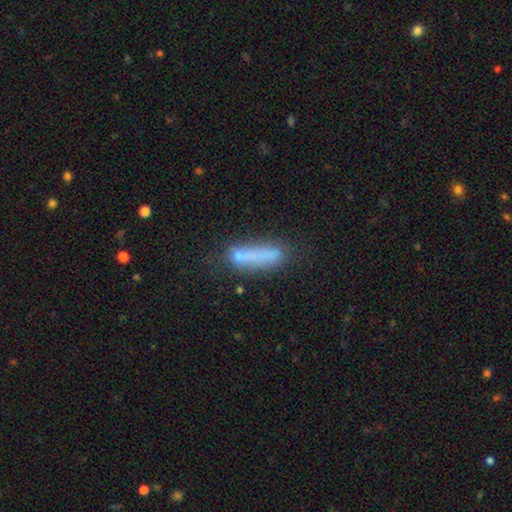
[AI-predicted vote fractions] This is likely a smooth galaxy (64%). How rounded: likely cigar-shaped (77%). Merging: possibly none (55%).